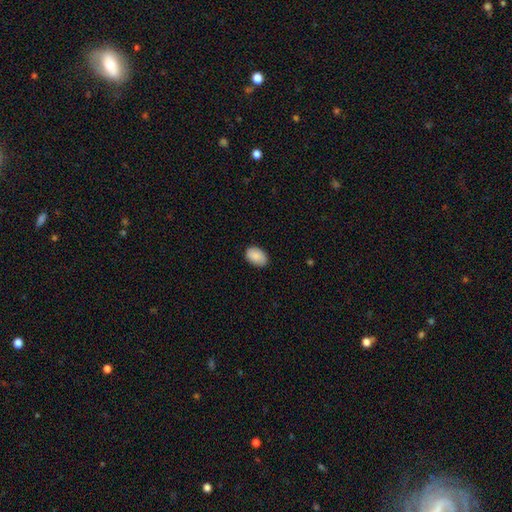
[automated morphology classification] Smooth or featured? smooth (88%)
How rounded? in between (88%)
Merging? none (85%)